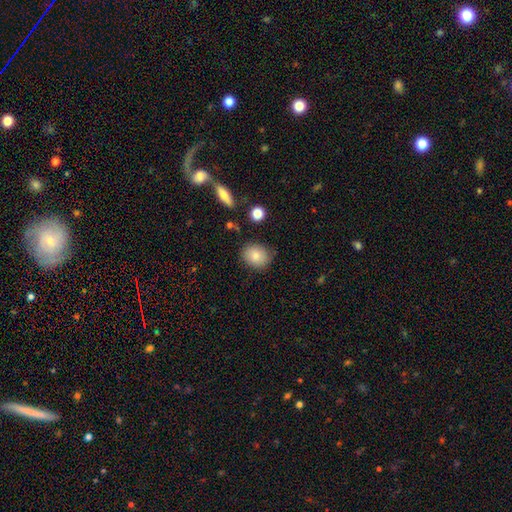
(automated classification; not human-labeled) smooth-or-featured: smooth: 81% | featured or disk: 10% | star or artifact: 9%
  how-rounded: round: 59% | in between: 40% | cigar-shaped: 1%
  merging: none: 83% | minor disturbance: 12% | major disturbance: 3% | merger: 3%